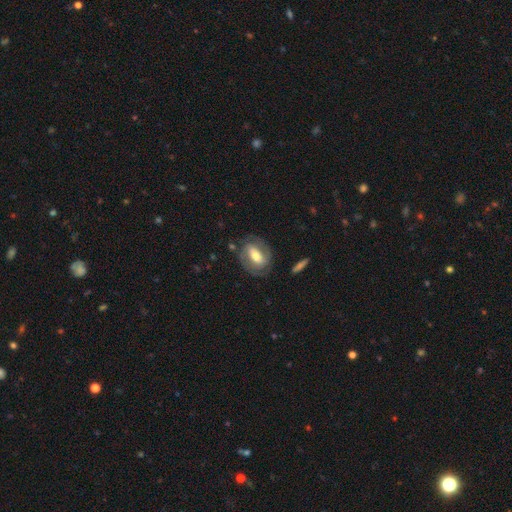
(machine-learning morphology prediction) A featured or disk galaxy (65%) with a strong bar (41%), spiral arms (77%) and a moderate central bulge (61%). Merging: none (74%).